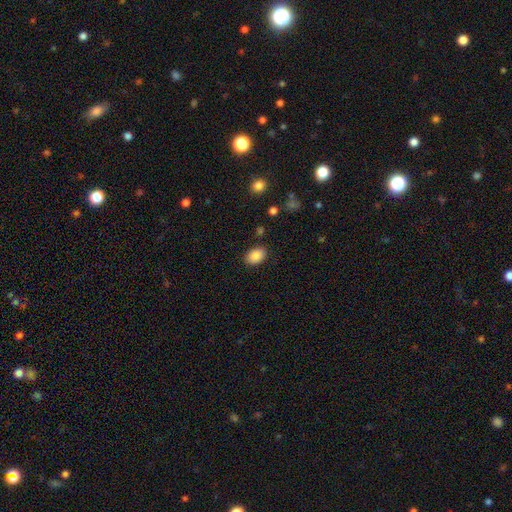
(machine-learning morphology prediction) A smooth galaxy with no disk features (88%) that is in between round and cigar-shaped (84%). Merging: none (86%).